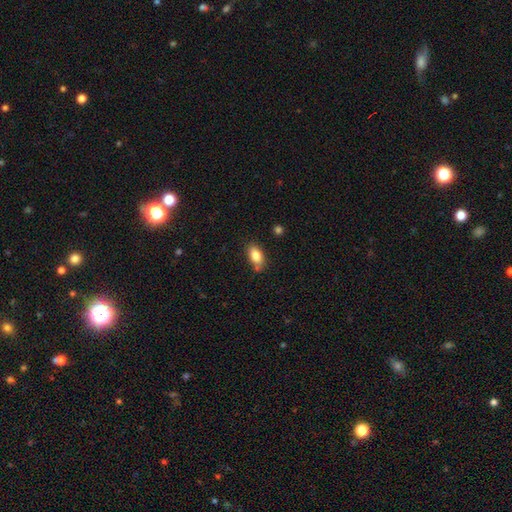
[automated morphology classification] Overall: smooth (82%). How rounded: in between (90%). Merging: none (72%).